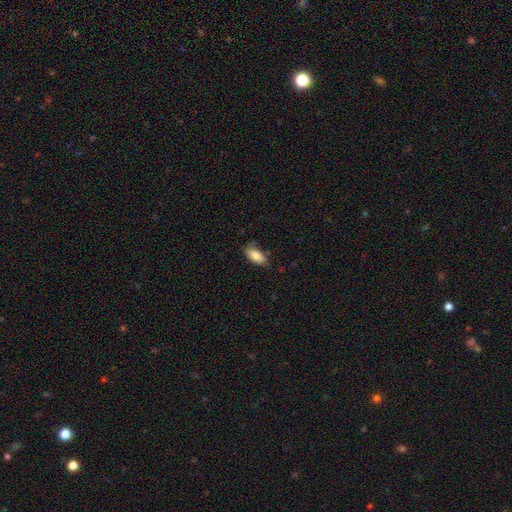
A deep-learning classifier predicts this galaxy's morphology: type=smooth (84%); roundness=in between (88%); merging=none (75%).